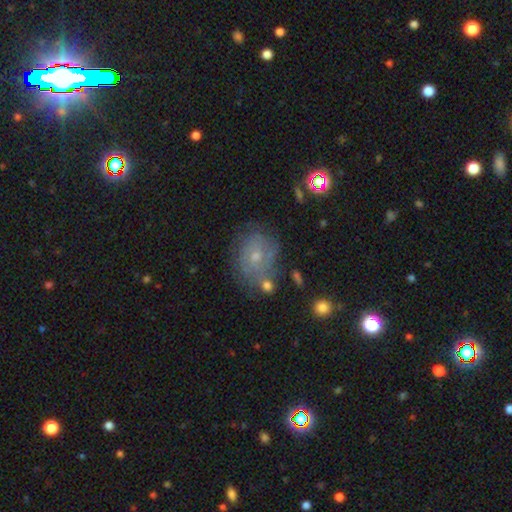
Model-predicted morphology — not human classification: Smooth or featured? featured or disk (56%)
Edge-on disk? no (97%)
Bar? no (75%)
Spiral arms? yes (72%)
Bulge size? small (52%)
Merging? none (60%)